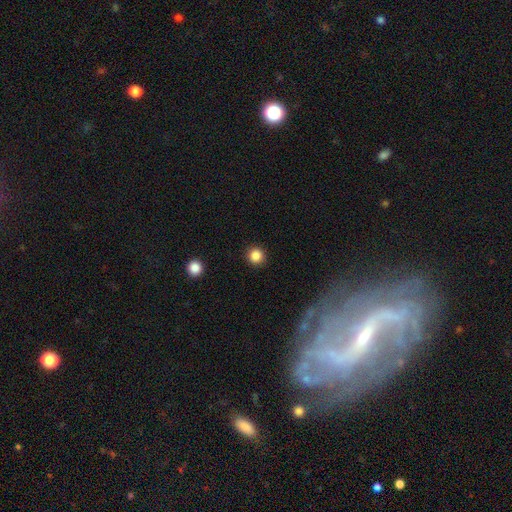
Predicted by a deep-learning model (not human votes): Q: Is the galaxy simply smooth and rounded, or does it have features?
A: smooth — 86%.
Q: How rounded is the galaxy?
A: round — 95%.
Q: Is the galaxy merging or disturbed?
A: none — 92%.